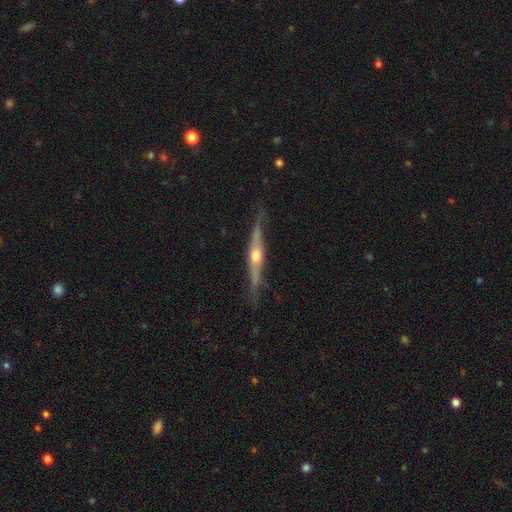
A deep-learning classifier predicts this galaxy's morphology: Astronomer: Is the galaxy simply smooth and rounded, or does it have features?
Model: featured or disk — 73%.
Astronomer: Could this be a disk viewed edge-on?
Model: yes — 95%.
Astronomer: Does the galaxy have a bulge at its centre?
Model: rounded — 90%.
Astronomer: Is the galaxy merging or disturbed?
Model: none — 79%.